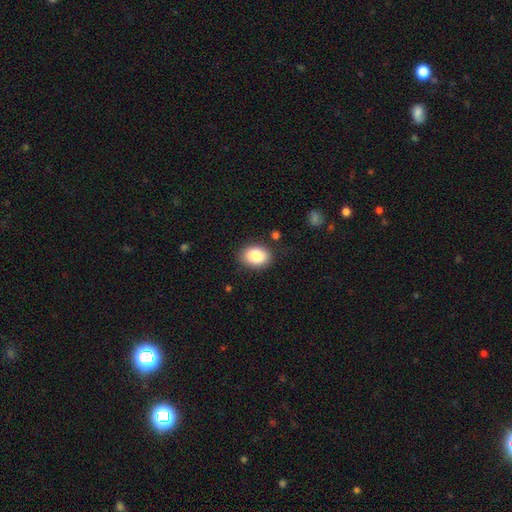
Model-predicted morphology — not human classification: smooth-or-featured: smooth: 87% | star or artifact: 7% | featured or disk: 6%
  how-rounded: in between: 75% | round: 24% | cigar-shaped: 1%
  merging: none: 84% | minor disturbance: 11% | major disturbance: 3% | merger: 2%